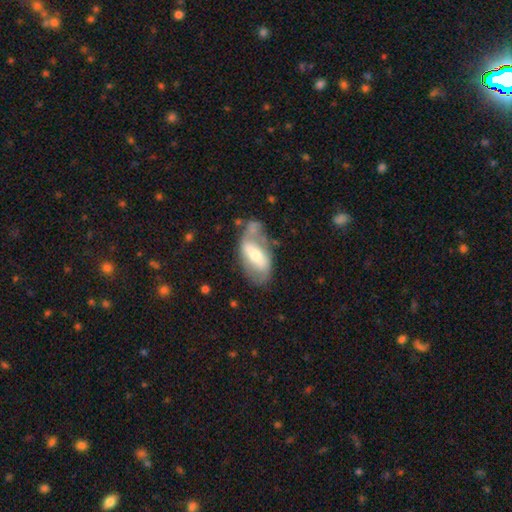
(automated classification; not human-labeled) This is likely a featured or disk galaxy (63%). It is clearly not viewed edge-on (91%). Bar: possibly strong (47%). Spiral arm pattern: possibly yes (57%). Central bulge: possibly moderate (60%). Merging: possibly none (49%).